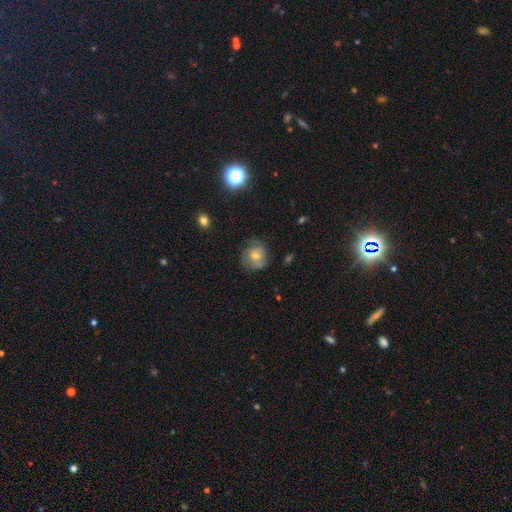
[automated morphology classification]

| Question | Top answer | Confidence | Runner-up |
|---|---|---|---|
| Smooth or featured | featured or disk | 49% | smooth (41%) |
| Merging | none | 64% | minor disturbance (23%) |